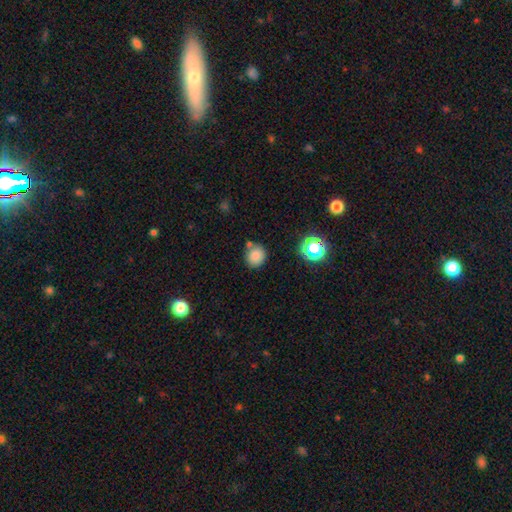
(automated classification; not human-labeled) Smooth or featured: smooth — 82% (star or artifact — 13%)
How rounded: round — 81% (in between — 19%)
Merging: none — 73% (minor disturbance — 13%)